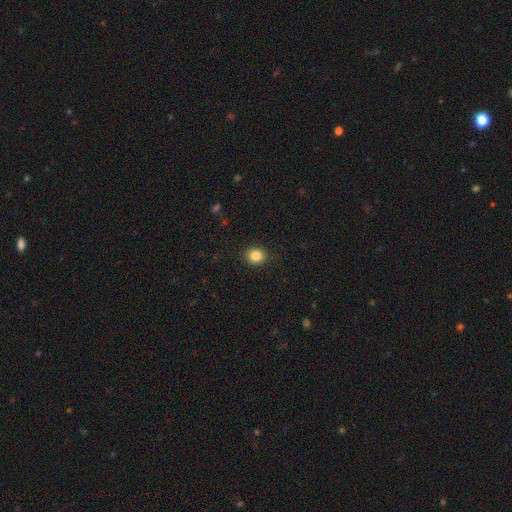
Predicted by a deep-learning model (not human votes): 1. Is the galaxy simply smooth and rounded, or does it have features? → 85% smooth, 10% star or artifact, 5% featured or disk.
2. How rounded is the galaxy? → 72% round, 28% in between, 1% cigar-shaped.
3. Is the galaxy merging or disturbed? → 90% none, 7% minor disturbance, 2% major disturbance, 1% merger.